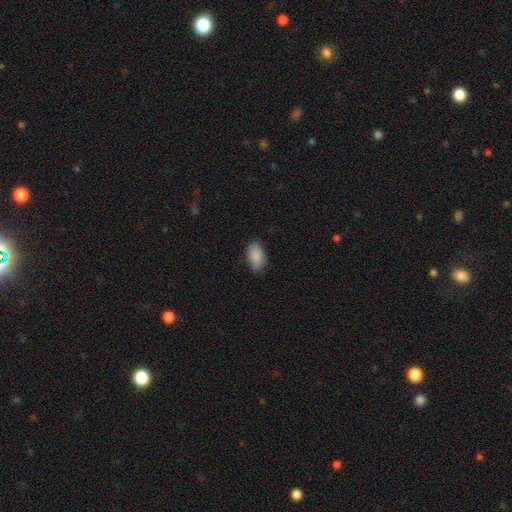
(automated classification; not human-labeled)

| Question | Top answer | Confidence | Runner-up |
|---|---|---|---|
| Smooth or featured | smooth | 90% | star or artifact (7%) |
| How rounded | in between | 93% | round (5%) |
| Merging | none | 87% | minor disturbance (10%) |